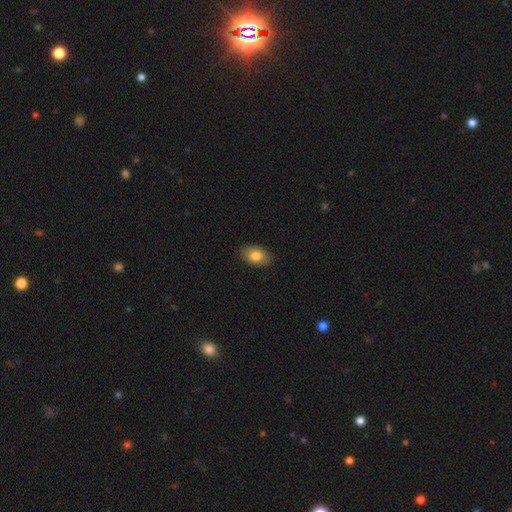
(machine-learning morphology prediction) Smooth or featured: smooth — 81% (featured or disk — 11%)
How rounded: in between — 88% (round — 11%)
Merging: none — 87% (minor disturbance — 10%)